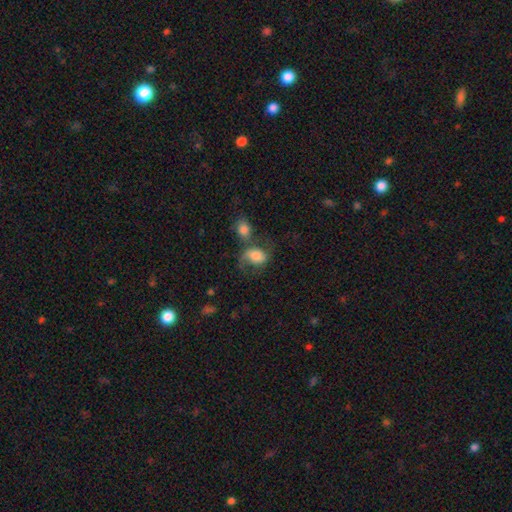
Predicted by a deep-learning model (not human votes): The model was most divided on "merging": merger: 33%, none: 30%, major disturbance: 20%, minor disturbance: 18%. More confident: how rounded — in between (69%); smooth or featured — smooth (57%).